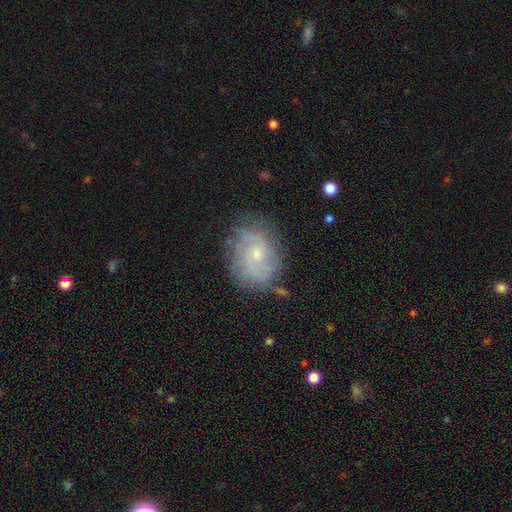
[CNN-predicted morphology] Smooth or featured? Predicted: featured or disk (p=0.64). Edge-on disk? Predicted: no (p=0.97). Bar? Predicted: no (p=0.71). Spiral arms? Predicted: yes (p=0.83). Spiral winding? Predicted: tight (p=0.43). Spiral arm count? Predicted: 2 (p=0.40). Bulge size? Predicted: small (p=0.61). Merging? Predicted: none (p=0.71).